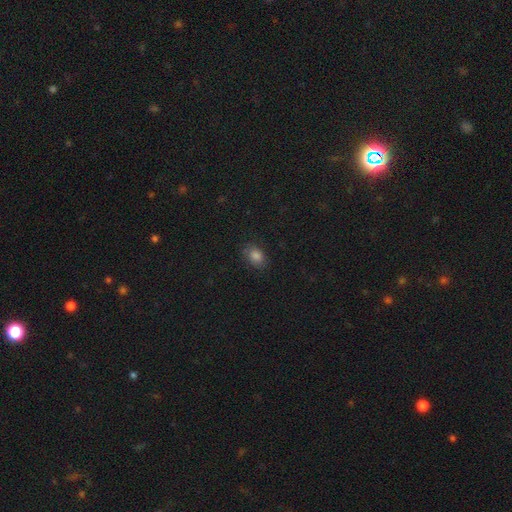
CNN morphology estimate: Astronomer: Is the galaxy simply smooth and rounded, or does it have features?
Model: smooth — 82%.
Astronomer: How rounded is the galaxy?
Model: in between — 78%.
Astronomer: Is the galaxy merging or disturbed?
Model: none — 81%.